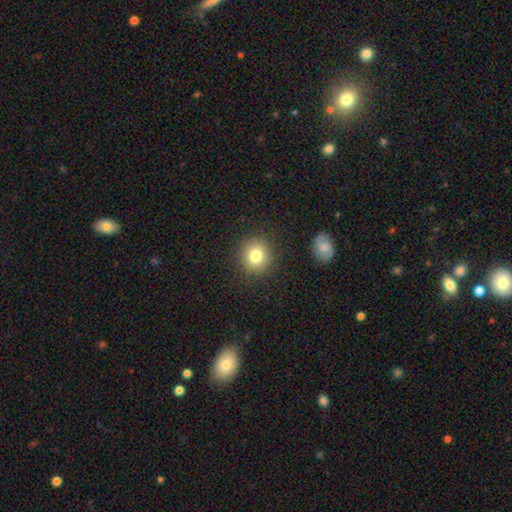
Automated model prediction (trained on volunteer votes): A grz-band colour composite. It shows a smooth galaxy with no disk features (80%) that is round (86%). Merging: none (88%).